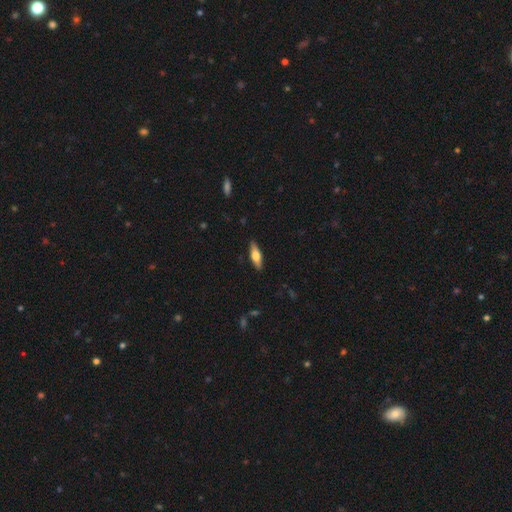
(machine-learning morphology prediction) Q: Smooth or featured?
A: smooth (56%); runner-up: featured or disk (38%)
Q: How rounded?
A: in between (51%); runner-up: cigar-shaped (47%)
Q: Merging?
A: none (88%); runner-up: minor disturbance (9%)